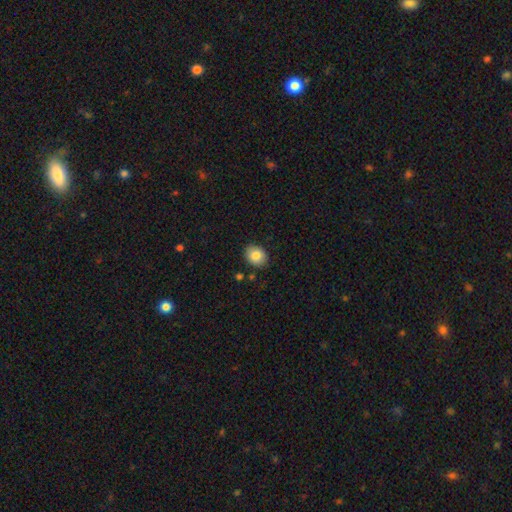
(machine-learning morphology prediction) Smooth or featured? smooth (84%)
How rounded? round (51%)
Merging? none (87%)